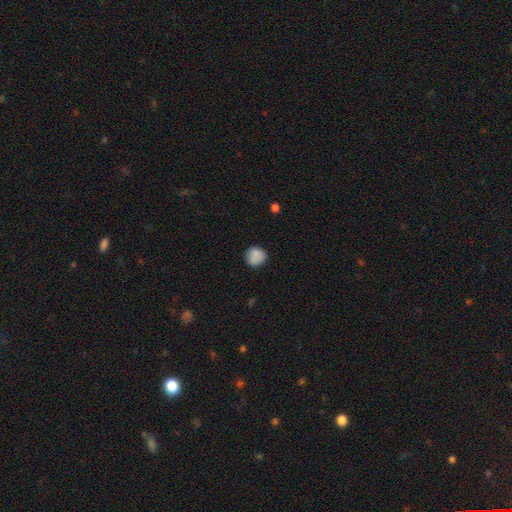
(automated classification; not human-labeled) A smooth galaxy with no disk features (85%) that is round (88%).

Vote fractions:
- Smooth or featured? smooth: 85% / star or artifact: 9% / featured or disk: 7%
- How rounded? round: 88% / in between: 11% / cigar-shaped: 1%
- Merging? none: 77% / minor disturbance: 16% / major disturbance: 4% / merger: 3%